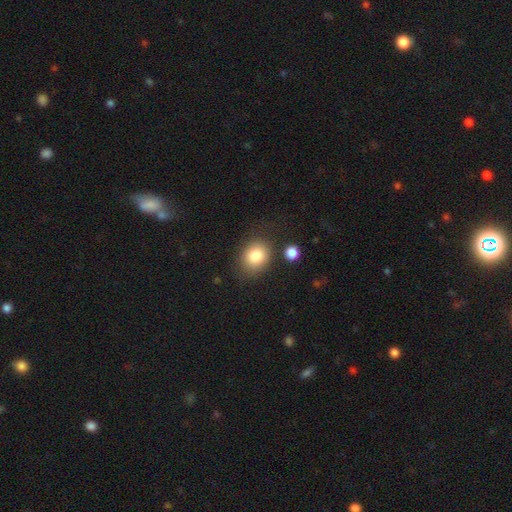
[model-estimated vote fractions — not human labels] smooth-or-featured: smooth: 83% | star or artifact: 9% | featured or disk: 8%
  how-rounded: round: 54% | in between: 45% | cigar-shaped: 1%
  merging: none: 74% | minor disturbance: 15% | merger: 6% | major disturbance: 5%